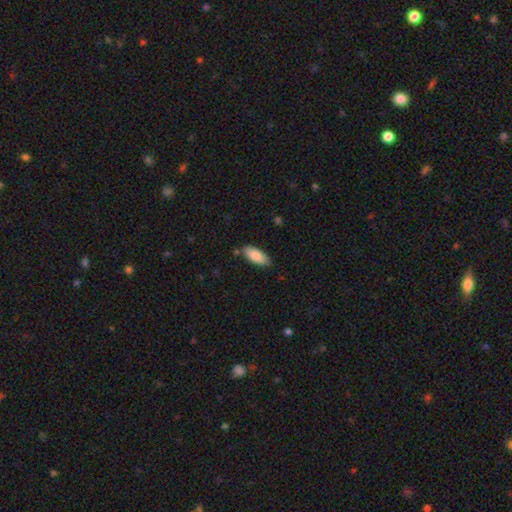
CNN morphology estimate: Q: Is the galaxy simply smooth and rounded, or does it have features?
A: smooth — 85%.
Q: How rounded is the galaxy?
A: in between — 88%.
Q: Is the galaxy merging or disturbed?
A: none — 80%.